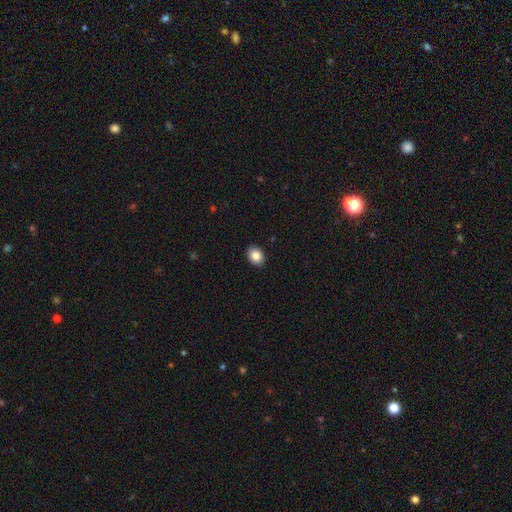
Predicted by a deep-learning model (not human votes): This appears to be a smooth galaxy with no disk features (86%) that is in between round and cigar-shaped (67%). Merging: none (91%).